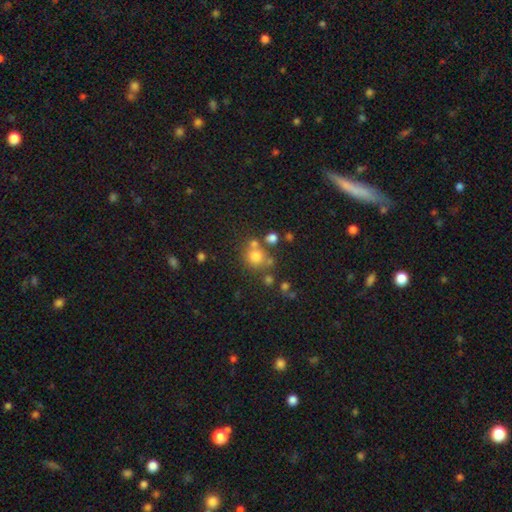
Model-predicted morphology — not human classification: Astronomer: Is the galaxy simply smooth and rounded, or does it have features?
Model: smooth — 71%.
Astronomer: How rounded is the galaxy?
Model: round — 86%.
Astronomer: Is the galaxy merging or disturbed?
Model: none — 60%.